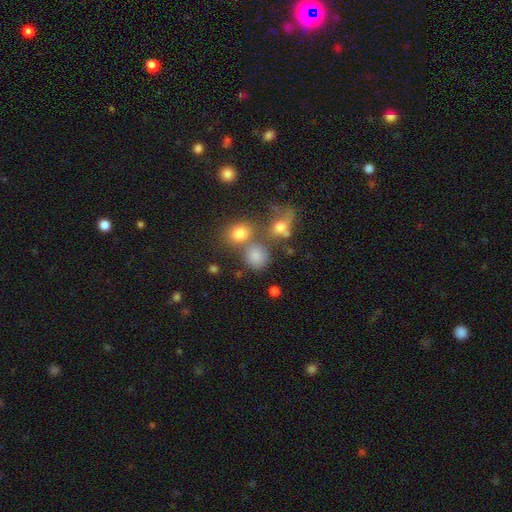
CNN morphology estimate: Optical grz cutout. It shows a smooth galaxy with no disk features (76%) that is round (70%). Merging: none (46%).